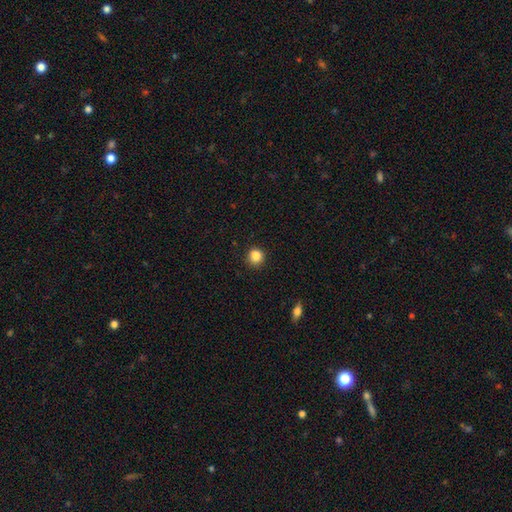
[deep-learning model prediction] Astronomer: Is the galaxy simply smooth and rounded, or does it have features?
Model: smooth — 86%.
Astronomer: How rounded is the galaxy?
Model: round — 93%.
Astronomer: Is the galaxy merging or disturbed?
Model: none — 91%.